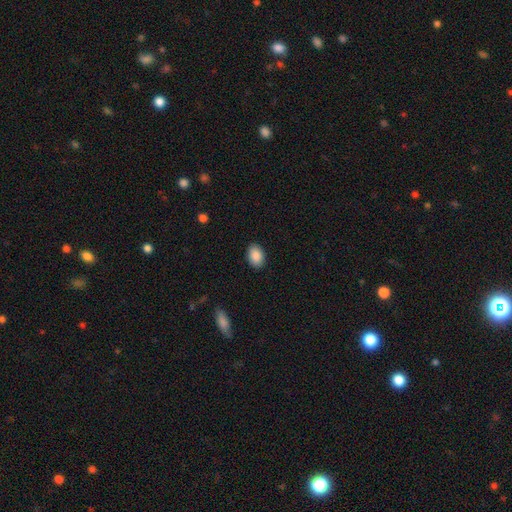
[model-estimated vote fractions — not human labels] smooth-or-featured: smooth: 89% | star or artifact: 7% | featured or disk: 4%
  how-rounded: in between: 84% | round: 15% | cigar-shaped: 1%
  merging: none: 90% | minor disturbance: 8% | major disturbance: 2% | merger: 1%